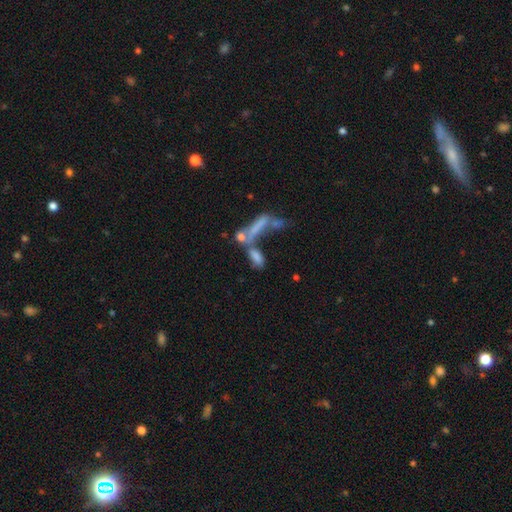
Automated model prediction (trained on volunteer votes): This appears to be a smooth galaxy with no disk features (49%). Merging: merger (56%).